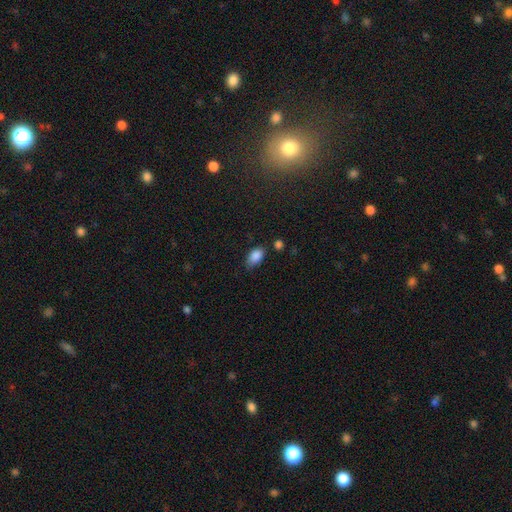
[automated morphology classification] Overall: smooth (87%). How rounded: in between (91%). Merging: none (64%; minor disturbance 27%).